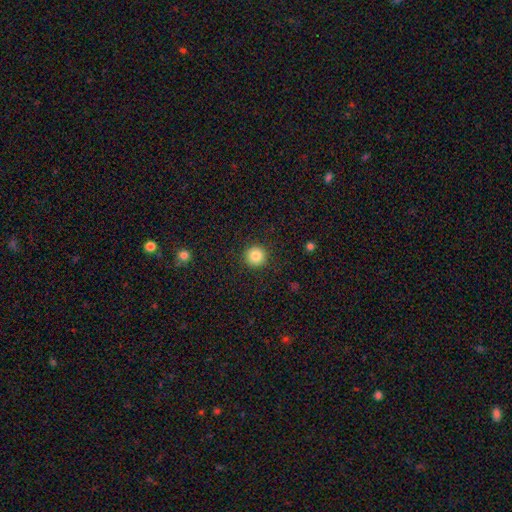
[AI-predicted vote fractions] smooth_or_featured: smooth (p=0.84) [alt: star or artifact p=0.10]
how_rounded: round (p=0.95) [alt: in between p=0.04]
merging: none (p=0.92) [alt: minor disturbance p=0.05]